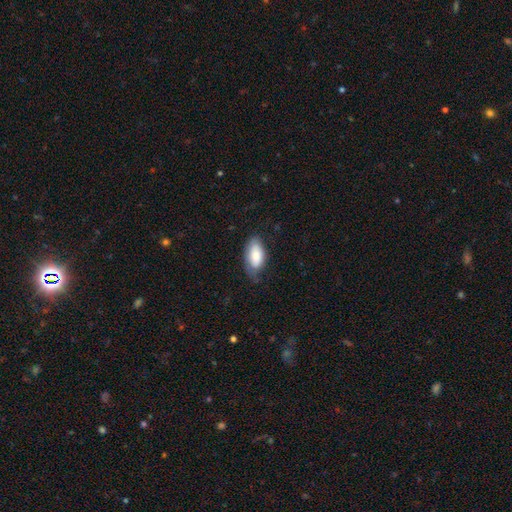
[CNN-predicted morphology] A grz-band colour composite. It shows a smooth galaxy with no disk features (77%) that is in between round and cigar-shaped (93%). Merging: none (55%).